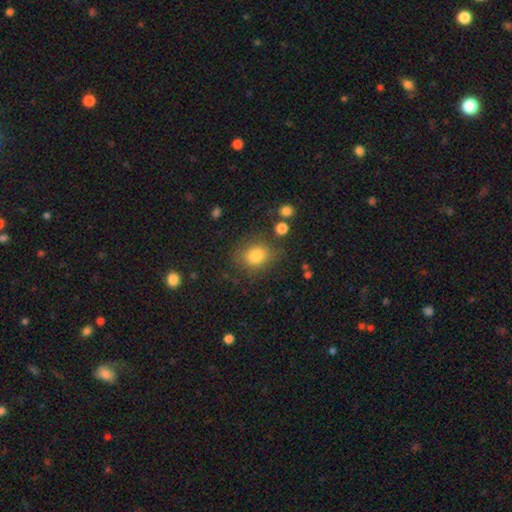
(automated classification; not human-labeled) smooth 81%, star or artifact 11%, featured or disk 8%. Down the decision tree: how rounded — round (56%); merging — none (74%).